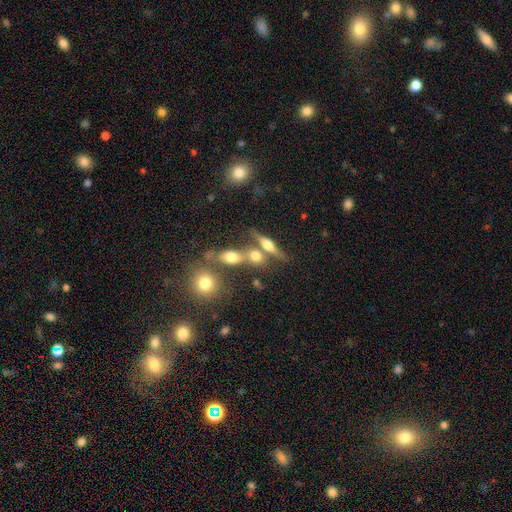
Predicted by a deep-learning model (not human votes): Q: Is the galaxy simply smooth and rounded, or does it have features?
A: smooth — 49%.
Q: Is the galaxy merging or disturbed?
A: none — 49%.